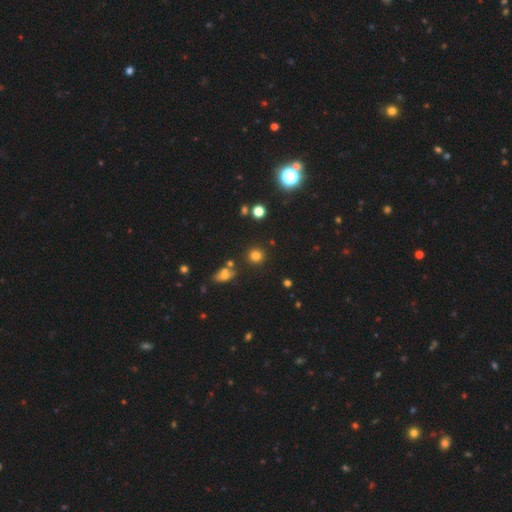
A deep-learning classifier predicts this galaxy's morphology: This appears to be a smooth galaxy with no disk features (77%) that is round (90%). Merging: none (85%).